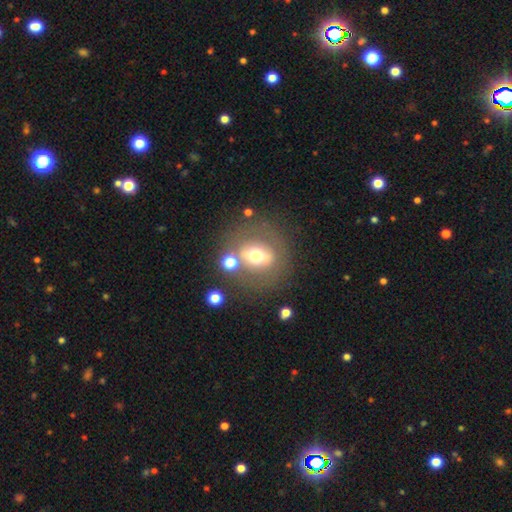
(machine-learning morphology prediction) Smooth or featured?
  - featured or disk: 44% * (tied)
  - smooth: 44% * (tied)
  - star or artifact: 12%
Merging?
  - none: 69% *
  - minor disturbance: 13%
  - merger: 10%
  - major disturbance: 8%